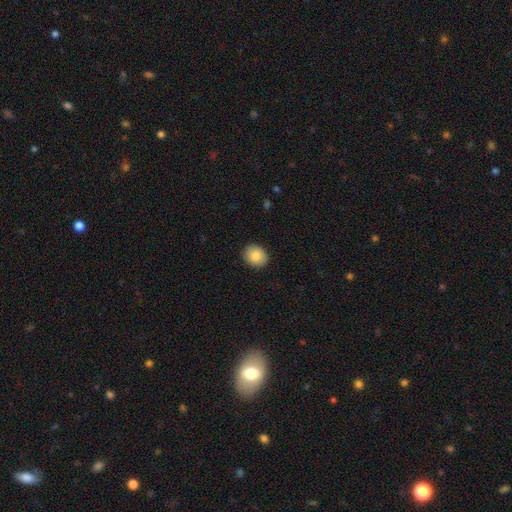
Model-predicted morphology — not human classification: Smooth or featured: smooth — 85% (featured or disk — 7%)
How rounded: round — 57% (in between — 42%)
Merging: none — 89% (minor disturbance — 8%)